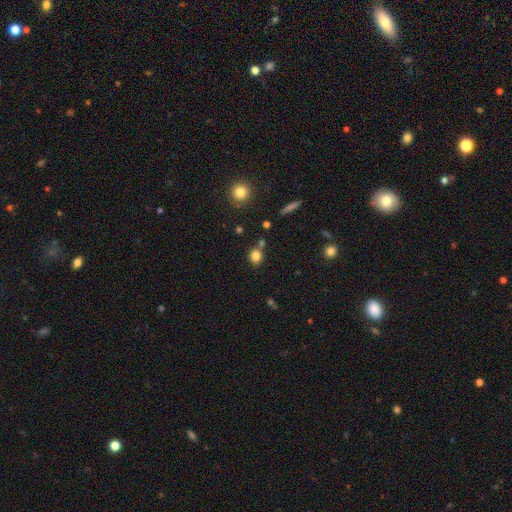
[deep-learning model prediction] The model was most divided on "merging": none: 73%, merger: 13%, minor disturbance: 11%, major disturbance: 3%. More confident: smooth or featured — smooth (81%); how rounded — round (80%).